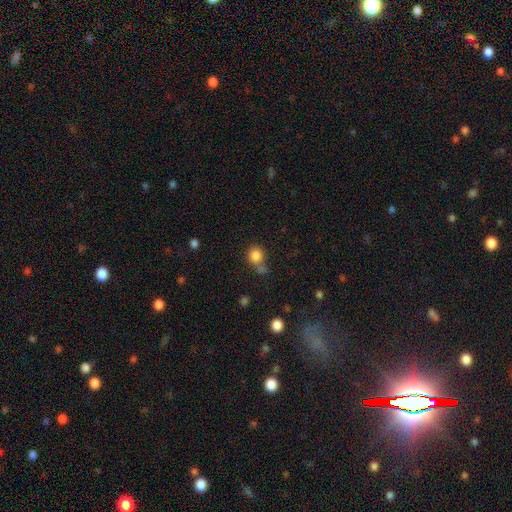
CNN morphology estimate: Smooth or featured? smooth (83%)
How rounded? round (83%)
Merging? none (59%)